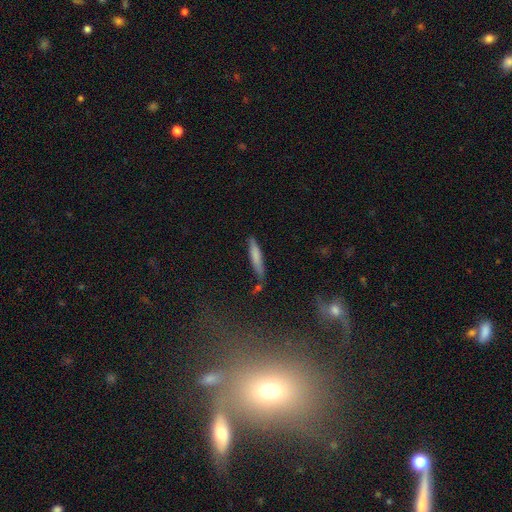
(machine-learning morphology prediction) Smooth or featured: smooth — 74% (featured or disk — 19%)
How rounded: cigar-shaped — 90% (in between — 9%)
Merging: none — 74% (minor disturbance — 18%)